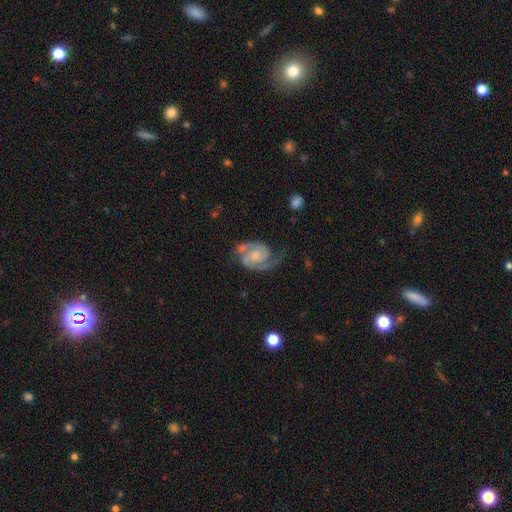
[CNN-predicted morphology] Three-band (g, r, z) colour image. It shows a featured or disk galaxy (87%) with no bar (63%), 2 (91%) medium (51%) spiral arms (98%) and a small central bulge (32%). Merging: none (64%).